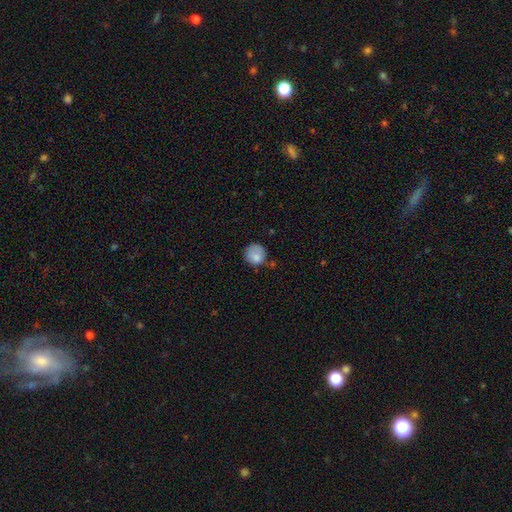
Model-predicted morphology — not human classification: Smooth or featured?
  - smooth: 82% *
  - featured or disk: 10%
  - star or artifact: 8%
How rounded?
  - round: 88% *
  - in between: 11%
  - cigar-shaped: 1%
Merging?
  - none: 63% *
  - minor disturbance: 25%
  - major disturbance: 8%
  - merger: 4%